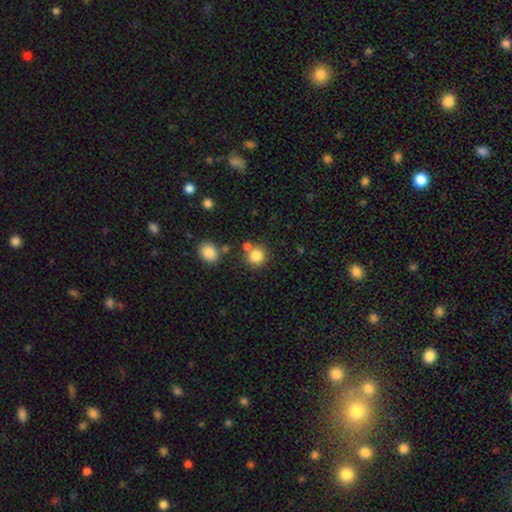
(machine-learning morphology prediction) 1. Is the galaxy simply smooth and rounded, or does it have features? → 83% smooth, 11% star or artifact, 6% featured or disk.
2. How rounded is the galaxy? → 89% round, 10% in between, 1% cigar-shaped.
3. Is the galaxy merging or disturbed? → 71% none, 16% merger, 9% minor disturbance, 4% major disturbance.